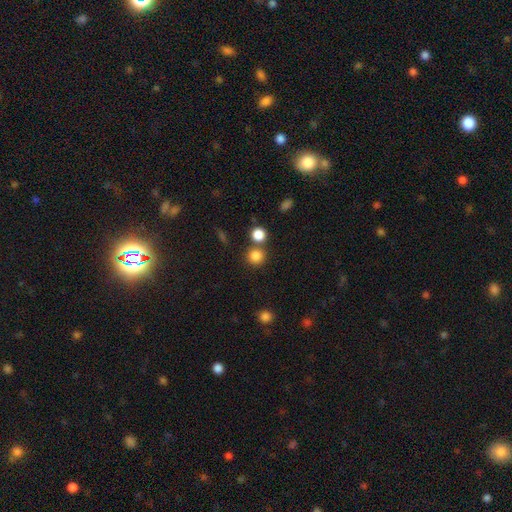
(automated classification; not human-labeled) This appears to be a smooth galaxy with no disk features (83%) that is round (91%). Merging: none (72%).